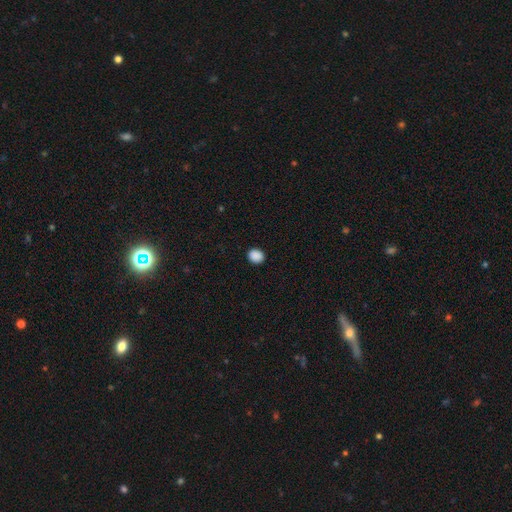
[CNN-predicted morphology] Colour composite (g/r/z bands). It shows a smooth galaxy with no disk features (89%) that is round (67%). Merging: none (91%).